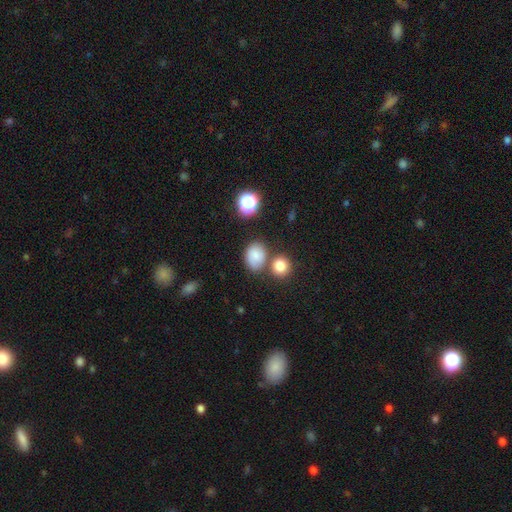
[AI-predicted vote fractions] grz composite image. It shows a smooth galaxy with no disk features (77%) that is in between round and cigar-shaped (59%). Merging: none (65%).